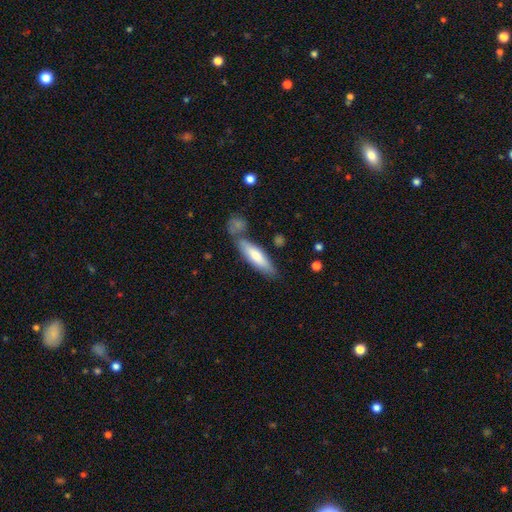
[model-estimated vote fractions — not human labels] Smooth or featured: smooth — 71% (featured or disk — 24%)
How rounded: cigar-shaped — 67% (in between — 32%)
Merging: none — 70% (minor disturbance — 14%)